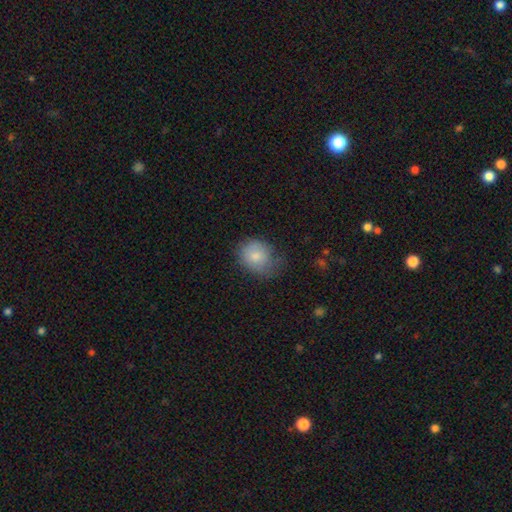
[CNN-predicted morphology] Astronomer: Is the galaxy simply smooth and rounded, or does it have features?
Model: smooth — 80%.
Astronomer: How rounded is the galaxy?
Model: round — 58% (runner-up: in between, 41%).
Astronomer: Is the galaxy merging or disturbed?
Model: none — 49% (runner-up: minor disturbance, 34%).